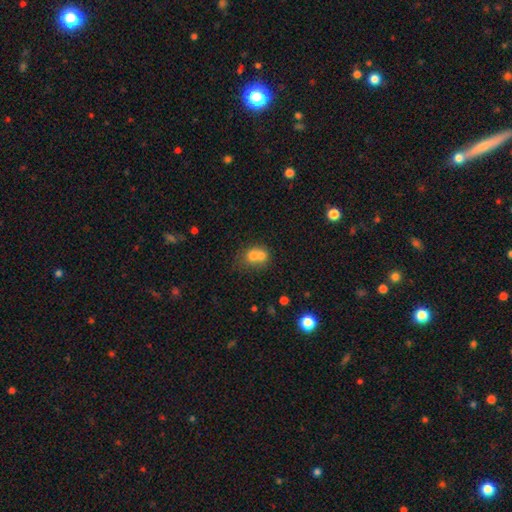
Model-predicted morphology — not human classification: This appears to be a smooth galaxy with no disk features (68%) that is round (66%). Merging: merger (67%).